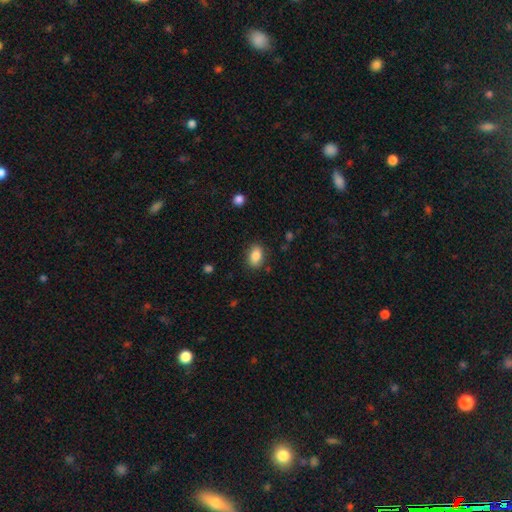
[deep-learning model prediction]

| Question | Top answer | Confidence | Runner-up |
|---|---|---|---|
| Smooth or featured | smooth | 86% | star or artifact (8%) |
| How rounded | in between | 85% | round (14%) |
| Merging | none | 85% | minor disturbance (11%) |